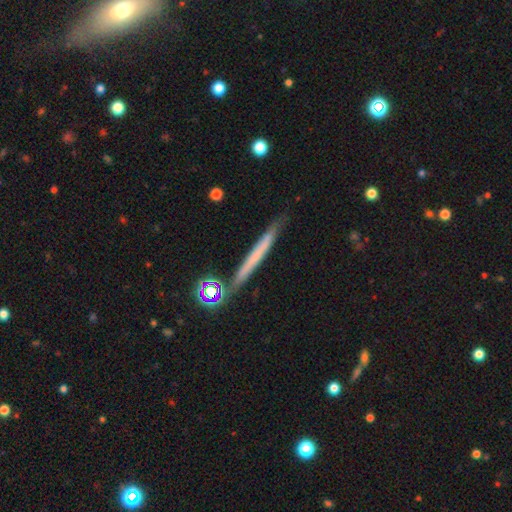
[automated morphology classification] Overall: smooth (48%; featured or disk 43%). Merging: none (82%).